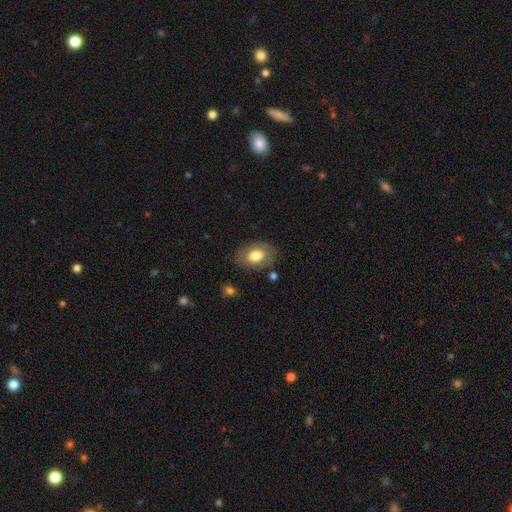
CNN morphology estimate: type=smooth (71%); roundness=in between (81%); merging=none (79%).